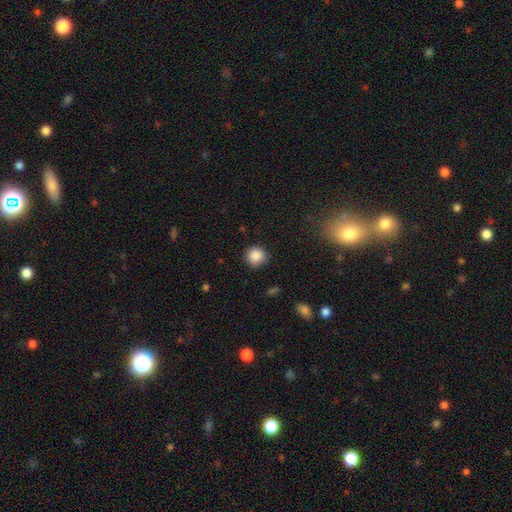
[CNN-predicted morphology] Smooth or featured? Predicted: smooth (p=0.87). How rounded? Predicted: round (p=0.92). Merging? Predicted: none (p=0.86).